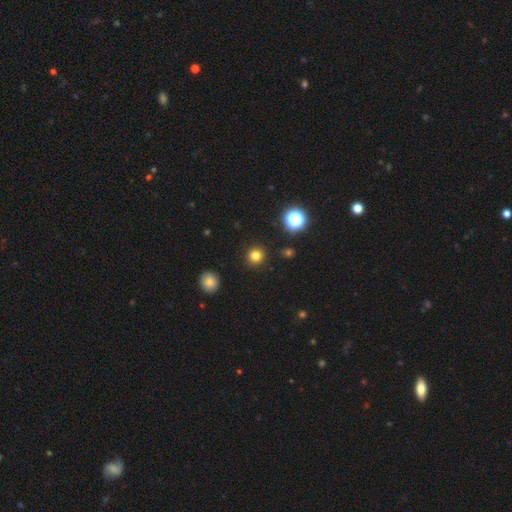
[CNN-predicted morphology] This appears to be a smooth galaxy with no disk features (80%) that is round (94%). Merging: none (92%).